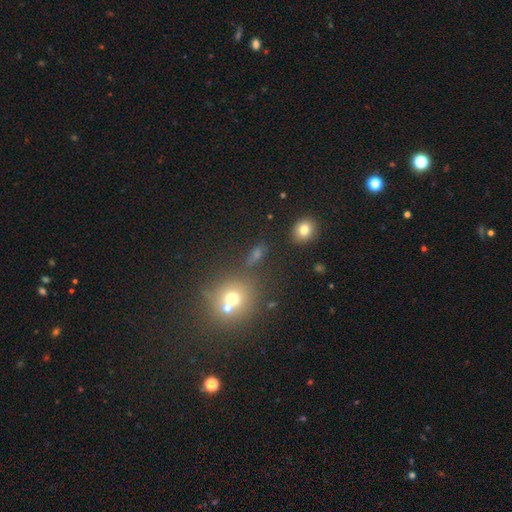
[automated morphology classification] A smooth galaxy with no disk features (50%) that is round (49%). Merging: none (73%).